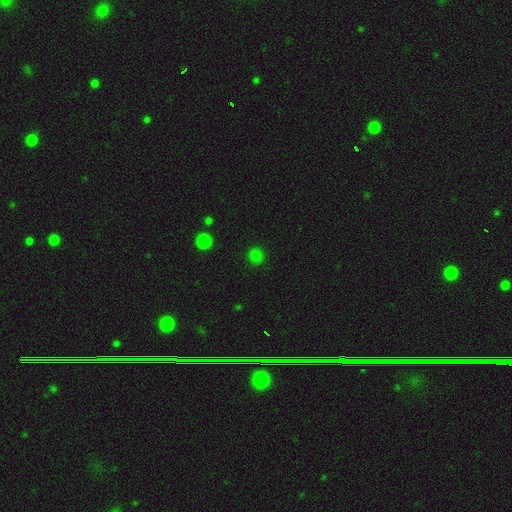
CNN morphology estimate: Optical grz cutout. It shows a smooth galaxy with no disk features (78%) that is round (93%). Merging: none (91%).